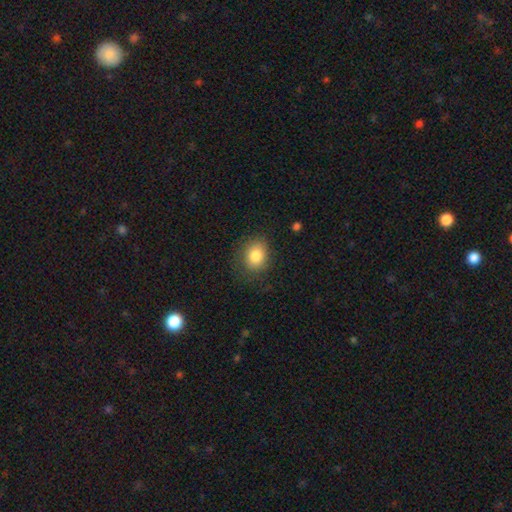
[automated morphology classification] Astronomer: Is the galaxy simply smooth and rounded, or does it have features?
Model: smooth — 83%.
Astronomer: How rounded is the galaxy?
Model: round — 53% (runner-up: in between, 46%).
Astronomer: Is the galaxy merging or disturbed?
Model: none — 78%.